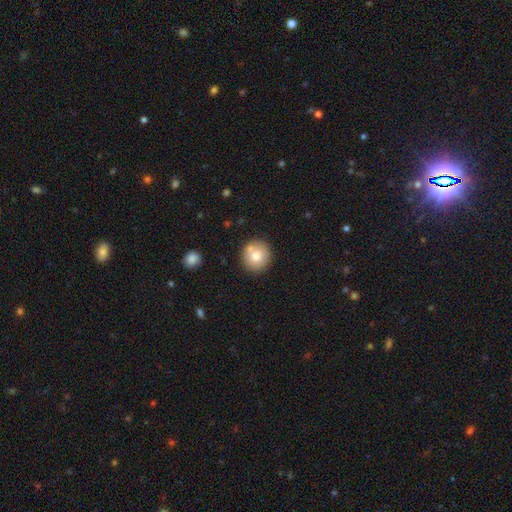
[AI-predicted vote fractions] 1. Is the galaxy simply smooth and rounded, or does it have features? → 76% smooth, 15% featured or disk, 9% star or artifact.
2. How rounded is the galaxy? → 93% round, 6% in between, 1% cigar-shaped.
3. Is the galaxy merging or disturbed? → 80% none, 11% minor disturbance, 7% merger, 3% major disturbance.